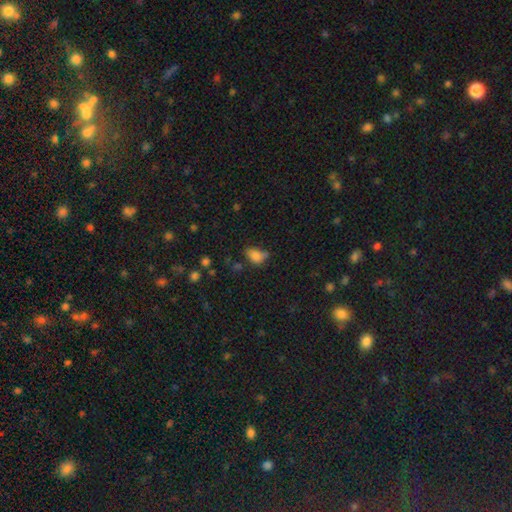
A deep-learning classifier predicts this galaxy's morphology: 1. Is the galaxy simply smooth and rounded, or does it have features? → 78% smooth, 13% star or artifact, 9% featured or disk.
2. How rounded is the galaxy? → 78% in between, 20% round, 2% cigar-shaped.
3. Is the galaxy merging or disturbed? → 42% none, 34% minor disturbance, 15% major disturbance, 9% merger.